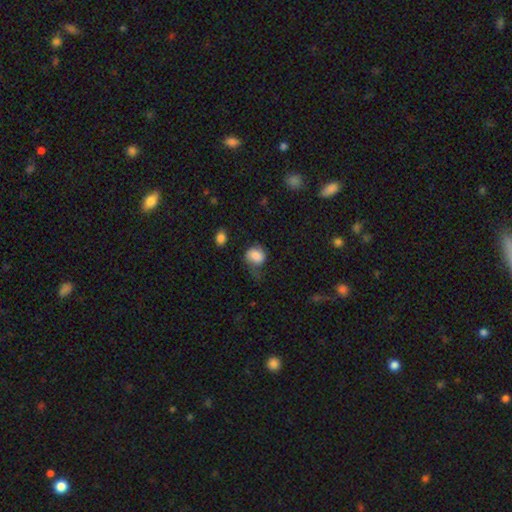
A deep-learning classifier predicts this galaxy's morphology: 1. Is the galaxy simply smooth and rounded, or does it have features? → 80% smooth, 12% featured or disk, 8% star or artifact.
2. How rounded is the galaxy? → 58% round, 41% in between, 1% cigar-shaped.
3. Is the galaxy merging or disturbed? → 37% none, 33% minor disturbance, 27% major disturbance, 3% merger.